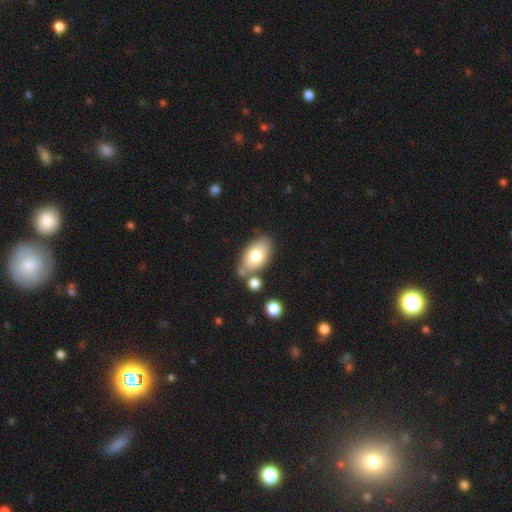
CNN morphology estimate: A smooth galaxy with no disk features (75%) that is in between round and cigar-shaped (91%). Merging: none (64%).